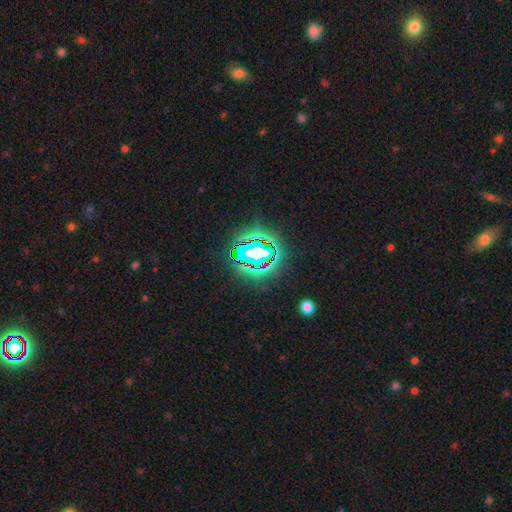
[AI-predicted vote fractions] This is likely a star or artifact rather than a galaxy (74%).